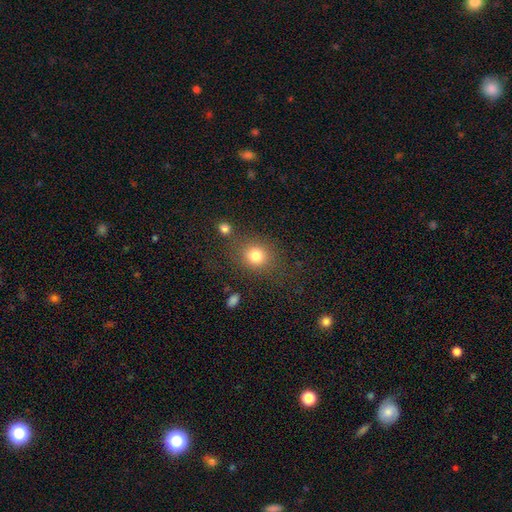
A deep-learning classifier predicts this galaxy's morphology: The model was most divided on "how rounded": round: 72%, in between: 27%, cigar-shaped: 1%. More confident: smooth or featured — smooth (79%); merging — none (73%).